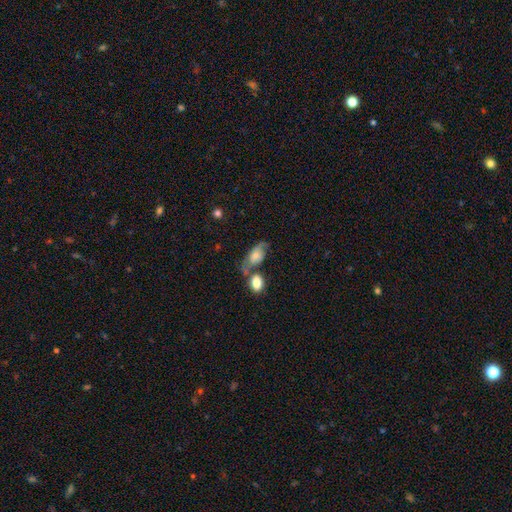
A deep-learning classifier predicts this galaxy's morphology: Overall: smooth (55%; featured or disk 38%). How rounded: in between (86%). Merging: none (34%, tied with merger).